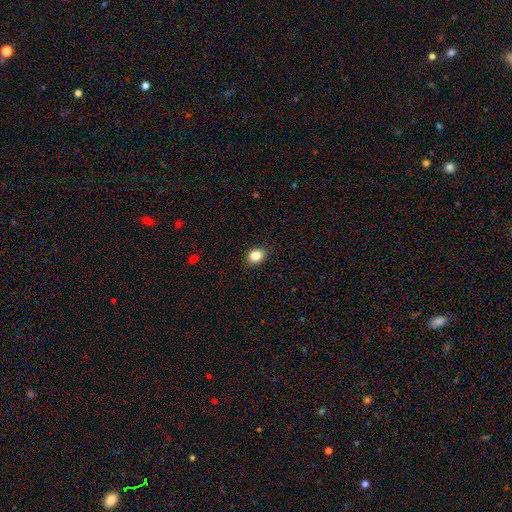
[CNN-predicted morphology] smooth_or_featured: smooth (p=0.85) [alt: star or artifact p=0.09]
how_rounded: in between (p=0.58) [alt: round p=0.41]
merging: none (p=0.88) [alt: minor disturbance p=0.09]